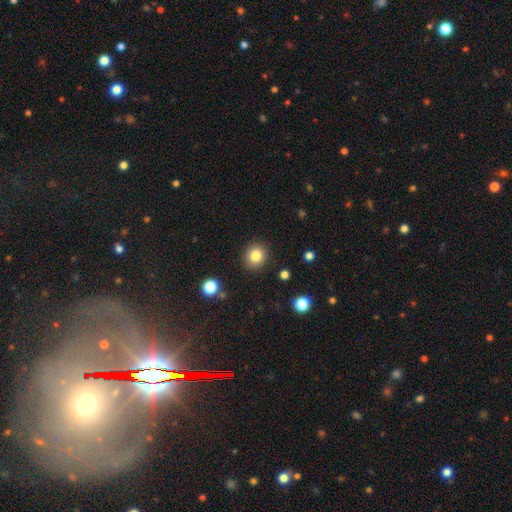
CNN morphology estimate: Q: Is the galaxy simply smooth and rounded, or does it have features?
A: smooth — 83%.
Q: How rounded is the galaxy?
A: round — 80%.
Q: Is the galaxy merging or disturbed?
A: none — 89%.